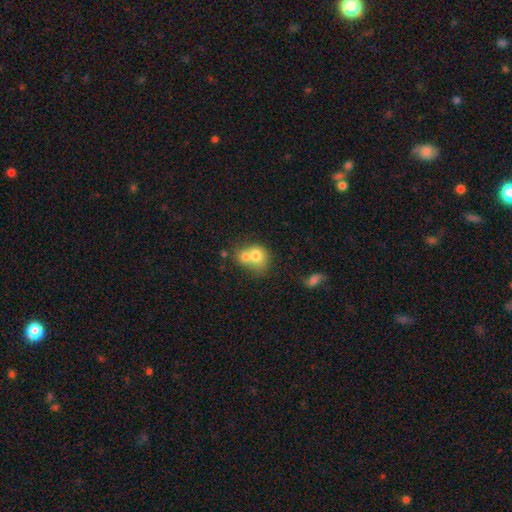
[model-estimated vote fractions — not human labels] Overall: smooth (71%). How rounded: round (65%; in between 34%). Merging: merger (65%).